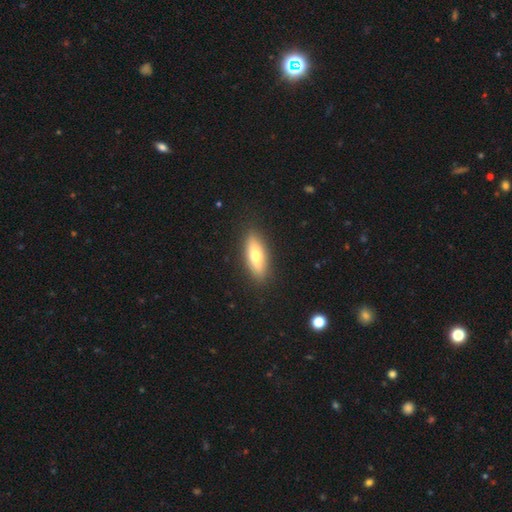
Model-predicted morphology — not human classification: smooth_or_featured: smooth (p=0.65) [alt: featured or disk p=0.29]
how_rounded: in between (p=0.59) [alt: cigar-shaped p=0.38]
merging: none (p=0.89) [alt: minor disturbance p=0.08]